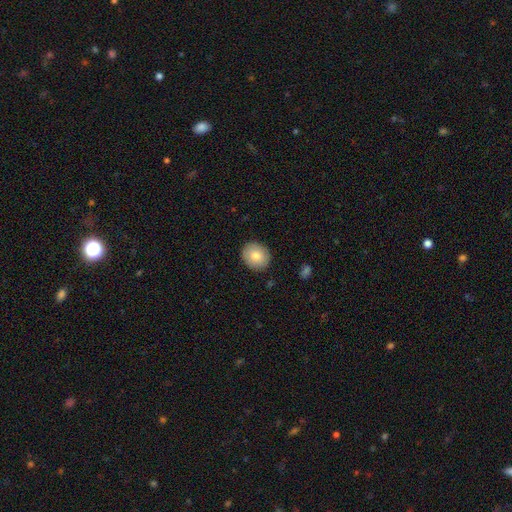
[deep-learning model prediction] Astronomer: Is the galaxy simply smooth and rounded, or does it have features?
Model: smooth — 81%.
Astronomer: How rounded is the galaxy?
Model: round — 76%.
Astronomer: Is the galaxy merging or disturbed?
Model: none — 89%.